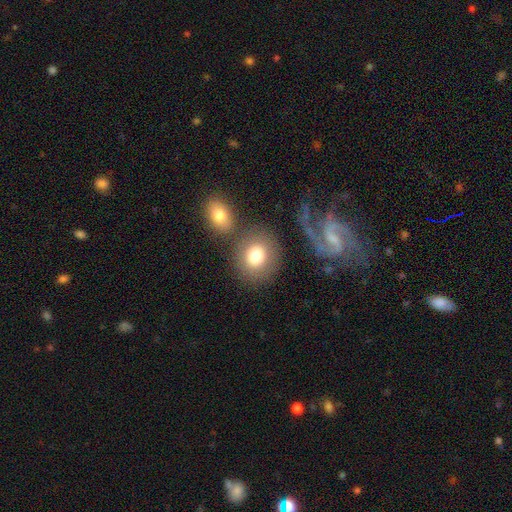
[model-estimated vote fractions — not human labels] Smooth or featured? smooth (78%)
How rounded? round (71%)
Merging? none (68%)